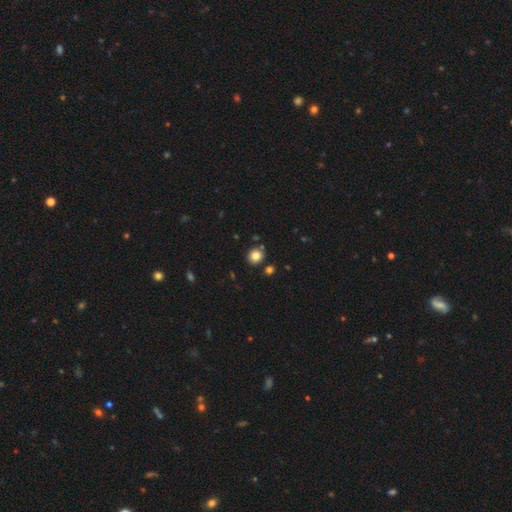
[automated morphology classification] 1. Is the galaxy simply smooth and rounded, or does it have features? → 83% smooth, 11% star or artifact, 6% featured or disk.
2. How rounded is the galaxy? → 85% round, 14% in between, 1% cigar-shaped.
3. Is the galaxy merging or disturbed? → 84% none, 8% minor disturbance, 6% merger, 2% major disturbance.